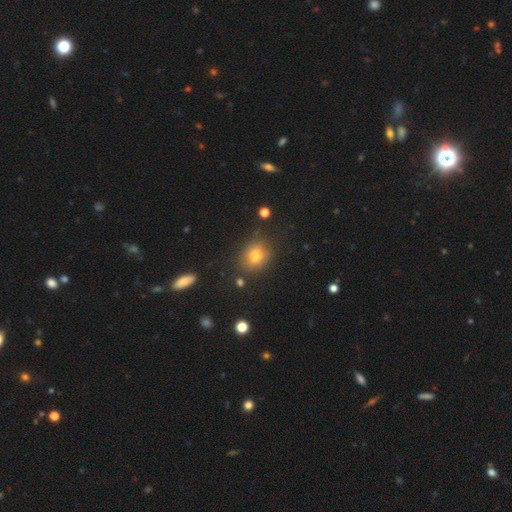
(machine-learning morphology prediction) type=smooth (73%); roundness=round (63%); merging=none (79%).